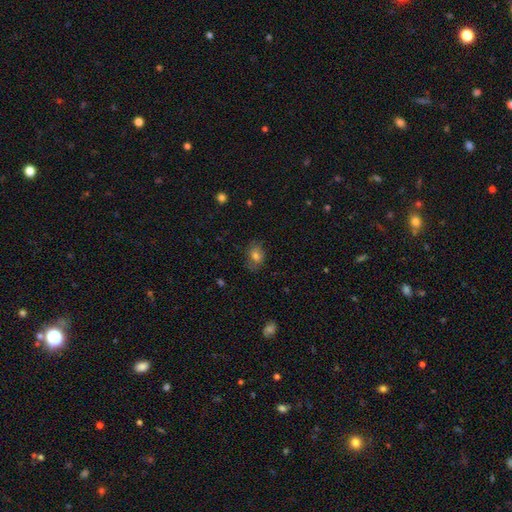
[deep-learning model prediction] smooth_or_featured: smooth (p=0.75) [alt: featured or disk p=0.14]
how_rounded: in between (p=0.68) [alt: round p=0.31]
merging: none (p=0.74) [alt: minor disturbance p=0.19]